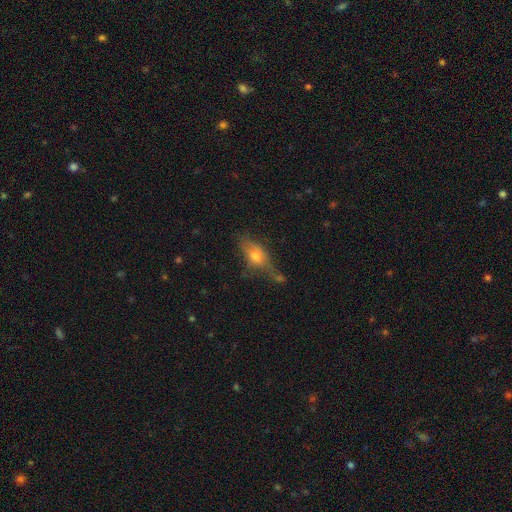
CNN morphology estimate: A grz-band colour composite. It shows a smooth galaxy with no disk features (54%) that is in between round and cigar-shaped (70%). Merging: none (46%).